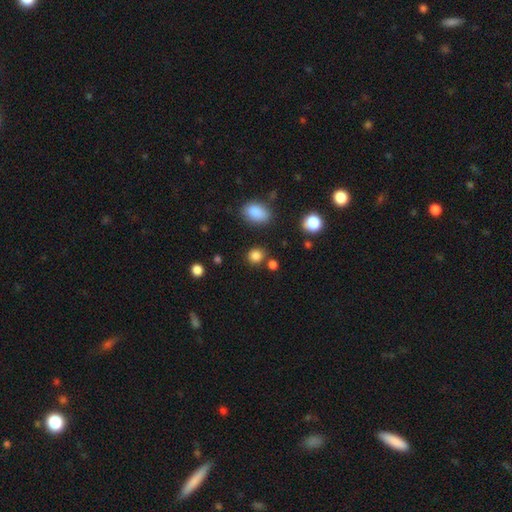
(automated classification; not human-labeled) The model was most divided on "how rounded": round: 79%, in between: 20%, cigar-shaped: 1%. More confident: smooth or featured — smooth (83%); merging — none (79%).